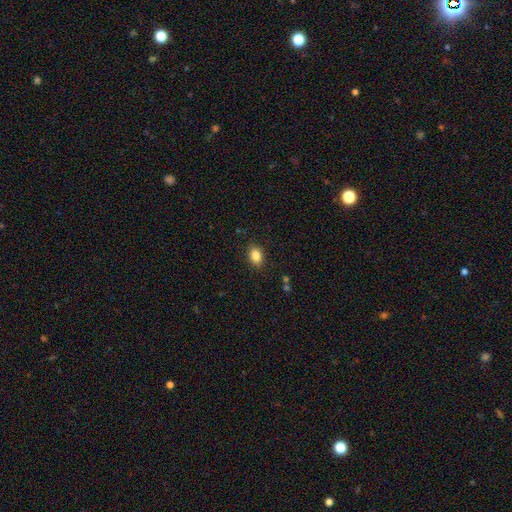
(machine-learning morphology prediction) Overall: smooth (85%). How rounded: in between (77%). Merging: none (87%).